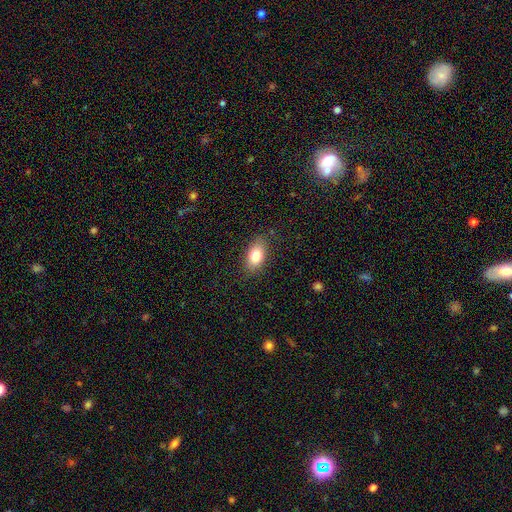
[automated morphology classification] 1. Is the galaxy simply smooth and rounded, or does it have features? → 79% smooth, 13% featured or disk, 8% star or artifact.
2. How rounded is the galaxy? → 88% in between, 7% round, 5% cigar-shaped.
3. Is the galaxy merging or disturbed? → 82% none, 13% minor disturbance, 3% major disturbance, 1% merger.